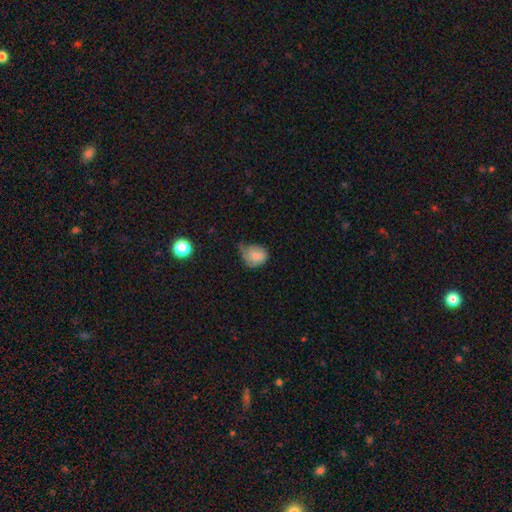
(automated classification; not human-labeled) This is likely a smooth galaxy (77%). How rounded: likely round (62%). Merging: marginally minor disturbance (43%).